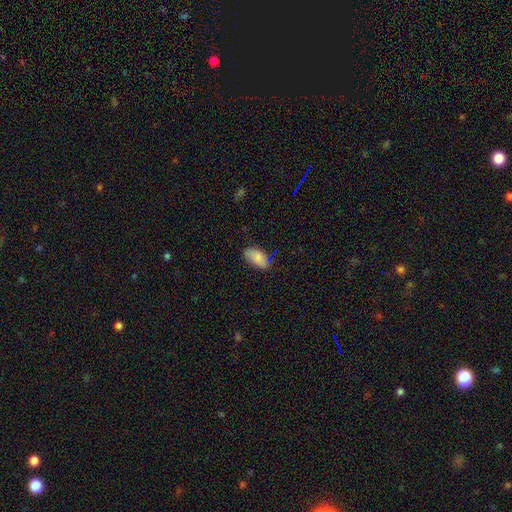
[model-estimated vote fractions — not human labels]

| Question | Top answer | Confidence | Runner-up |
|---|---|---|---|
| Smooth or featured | smooth | 83% | featured or disk (10%) |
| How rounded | in between | 94% | round (3%) |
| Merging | none | 76% | minor disturbance (19%) |